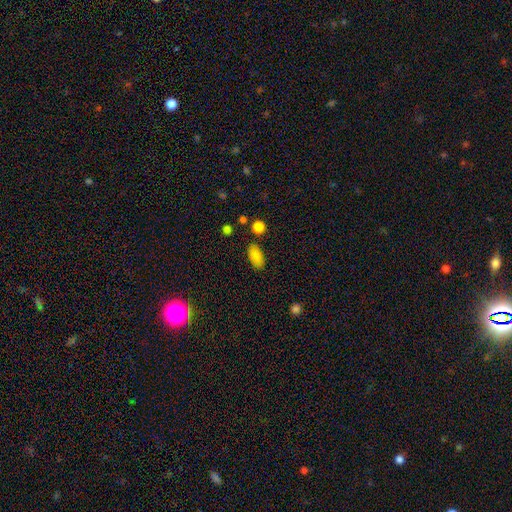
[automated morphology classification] smooth 87%, star or artifact 8%, featured or disk 5%. Down the decision tree: how rounded — in between (91%); merging — none (83%).